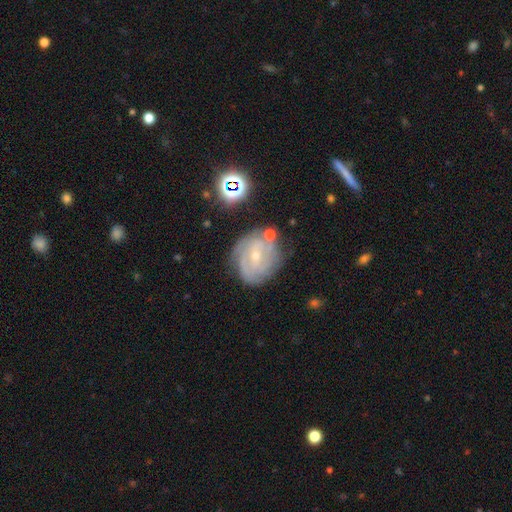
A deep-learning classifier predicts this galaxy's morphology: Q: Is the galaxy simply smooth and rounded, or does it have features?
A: featured or disk — 73%.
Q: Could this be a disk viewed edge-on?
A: no — 96%.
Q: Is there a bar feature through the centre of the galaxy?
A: no — 48%.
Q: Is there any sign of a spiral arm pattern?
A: yes — 85%.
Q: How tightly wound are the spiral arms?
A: tight — 63%.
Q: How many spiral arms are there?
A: can't tell — 44%.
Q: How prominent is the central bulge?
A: small — 69%.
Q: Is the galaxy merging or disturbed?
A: none — 63%.